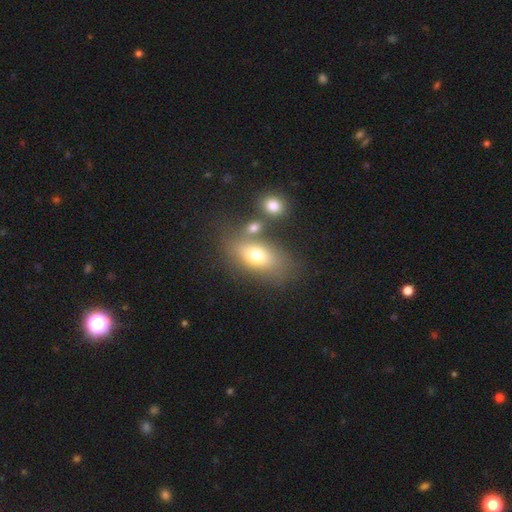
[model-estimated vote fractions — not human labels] Smooth or featured? Predicted: smooth (p=0.69). How rounded? Predicted: in between (p=0.83). Merging? Predicted: none (p=0.57).